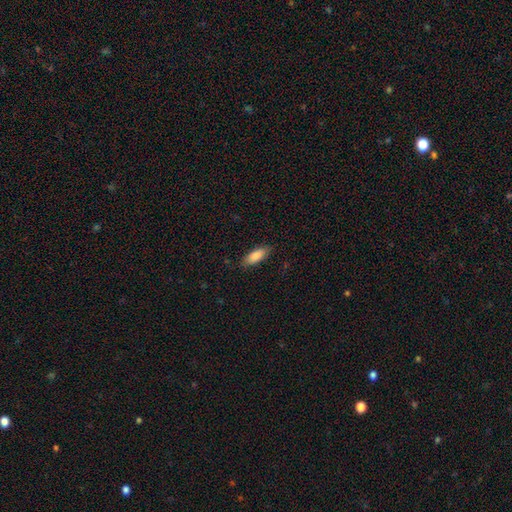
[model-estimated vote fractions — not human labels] The model was most divided on "how rounded": in between: 76%, cigar-shaped: 22%, round: 2%. More confident: smooth or featured — smooth (86%); merging — none (84%).